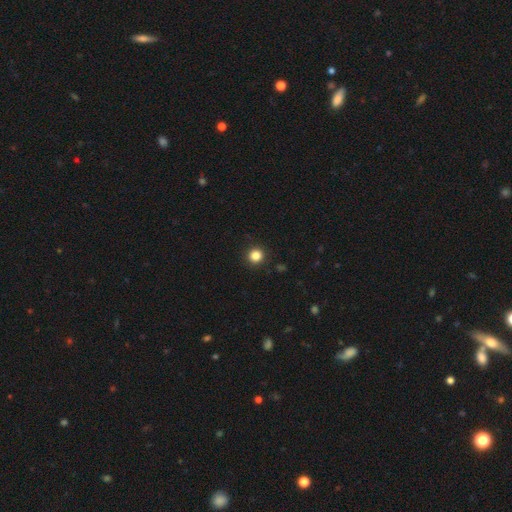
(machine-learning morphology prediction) smooth_or_featured: smooth (p=0.84) [alt: star or artifact p=0.12]
how_rounded: round (p=0.95) [alt: in between p=0.04]
merging: none (p=0.93) [alt: minor disturbance p=0.05]